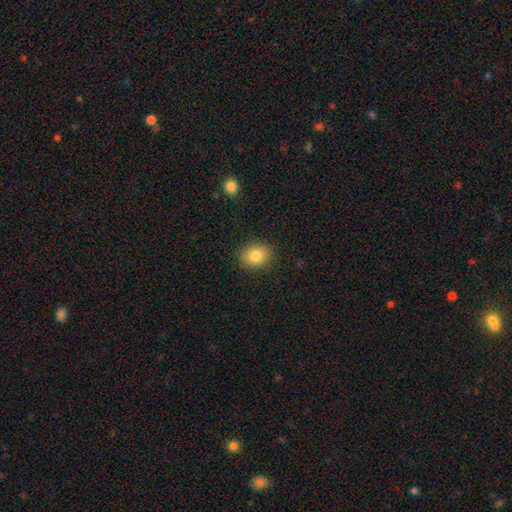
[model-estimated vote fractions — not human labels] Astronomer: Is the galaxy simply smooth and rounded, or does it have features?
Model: smooth — 83%.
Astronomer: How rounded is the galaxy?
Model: round — 59% (runner-up: in between, 40%).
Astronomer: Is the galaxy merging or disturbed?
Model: none — 89%.